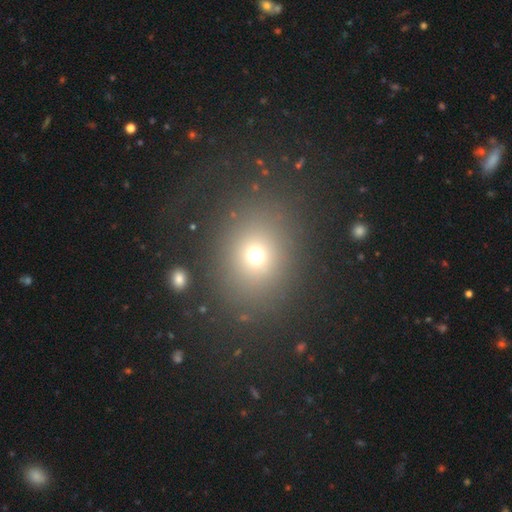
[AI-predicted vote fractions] A smooth galaxy with no disk features (69%) that is round (66%).

Vote fractions:
- Smooth or featured? smooth: 69% / star or artifact: 21% / featured or disk: 10%
- How rounded? round: 66% / in between: 33% / cigar-shaped: 1%
- Merging? none: 83% / minor disturbance: 9% / major disturbance: 5% / merger: 3%